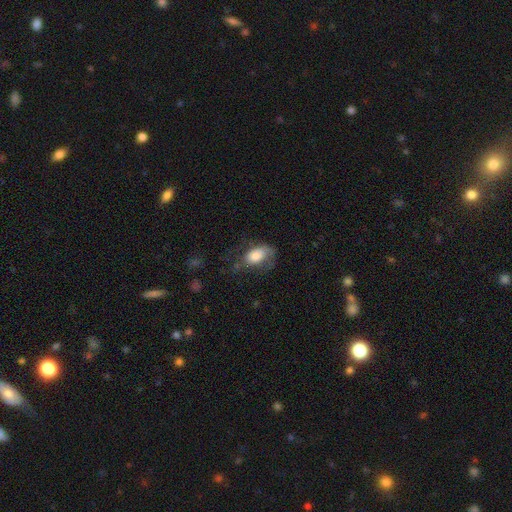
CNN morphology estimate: smooth_or_featured: smooth (p=0.68) [alt: featured or disk p=0.24]
how_rounded: in between (p=0.89) [alt: round p=0.09]
merging: none (p=0.39) [alt: major disturbance p=0.30]